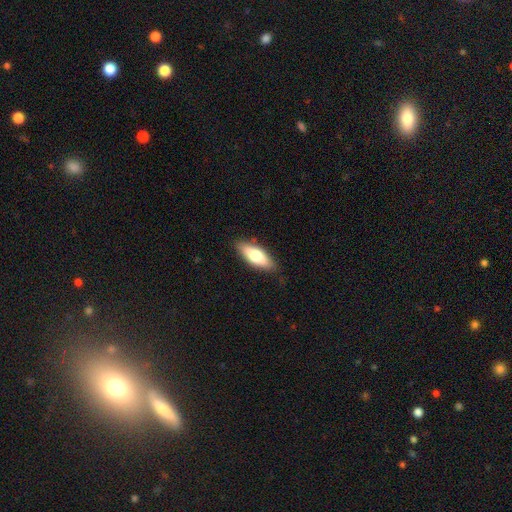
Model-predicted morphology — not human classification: This appears to be a smooth galaxy with no disk features (70%) that is in between round and cigar-shaped (69%). Merging: none (84%).